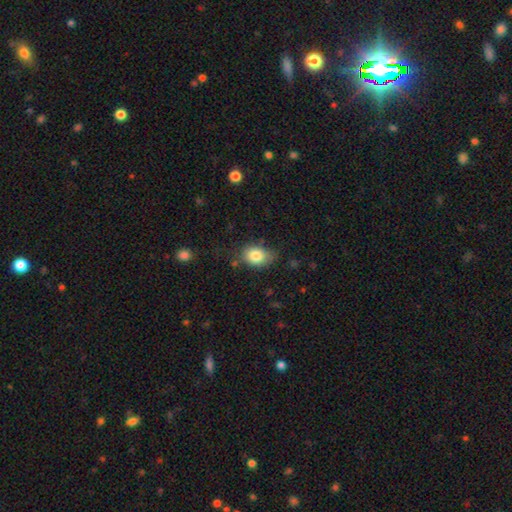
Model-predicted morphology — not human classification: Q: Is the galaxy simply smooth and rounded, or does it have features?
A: smooth — 83%.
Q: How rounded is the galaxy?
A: in between — 70%.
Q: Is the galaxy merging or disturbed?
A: none — 67%.